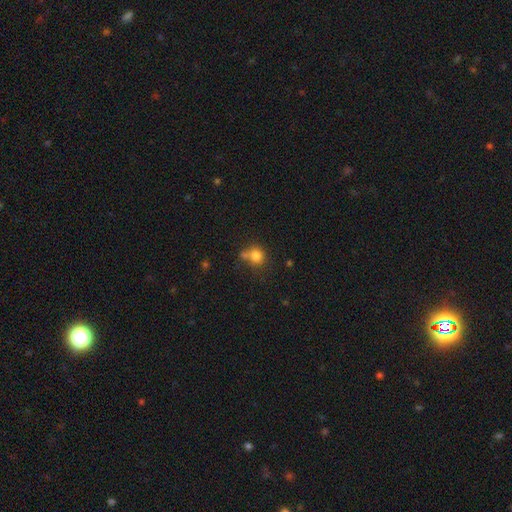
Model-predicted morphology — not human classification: smooth 80%, star or artifact 12%, featured or disk 8%. Down the decision tree: how rounded — round (83%); merging — none (55%).